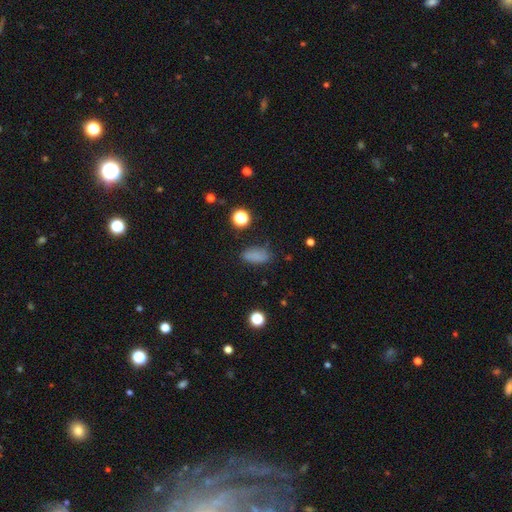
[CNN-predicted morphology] smooth-or-featured: smooth: 80% | star or artifact: 14% | featured or disk: 7%
  how-rounded: in between: 85% | cigar-shaped: 9% | round: 6%
  merging: none: 78% | minor disturbance: 15% | major disturbance: 5% | merger: 2%